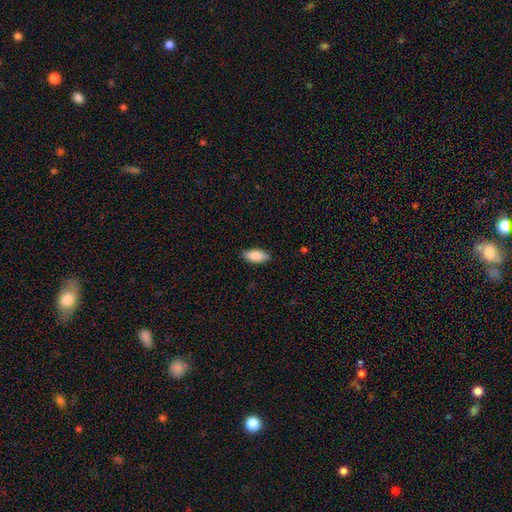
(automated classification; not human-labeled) Overall: smooth (84%). How rounded: in between (86%). Merging: none (87%).